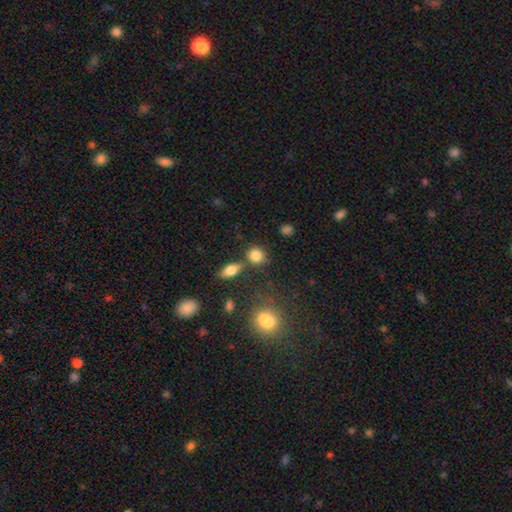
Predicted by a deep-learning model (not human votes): Smooth or featured? Predicted: smooth (p=0.82). How rounded? Predicted: round (p=0.73). Merging? Predicted: none (p=0.68).